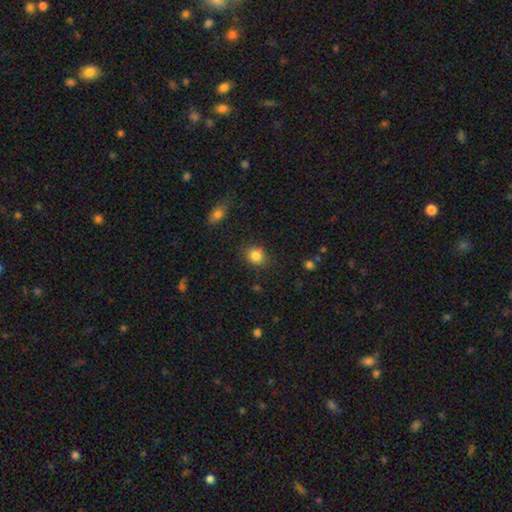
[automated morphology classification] A smooth galaxy with no disk features (84%) that is round (73%).

Vote fractions:
- Smooth or featured? smooth: 84% / star or artifact: 10% / featured or disk: 6%
- How rounded? round: 73% / in between: 26% / cigar-shaped: 1%
- Merging? none: 80% / minor disturbance: 14% / major disturbance: 3% / merger: 3%